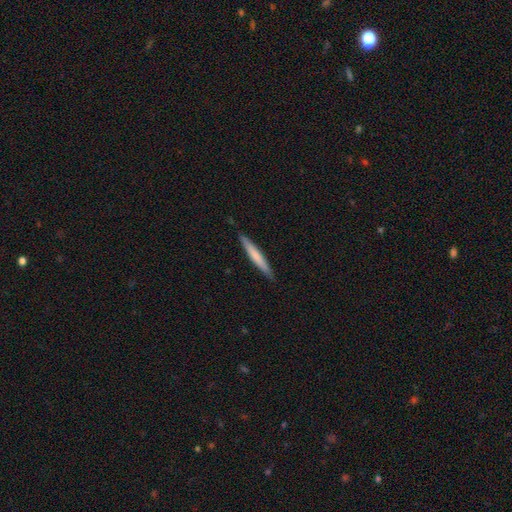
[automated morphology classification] smooth_or_featured: smooth (p=0.66) [alt: featured or disk p=0.29]
how_rounded: cigar-shaped (p=0.96) [alt: in between p=0.03]
merging: none (p=0.90) [alt: minor disturbance p=0.08]